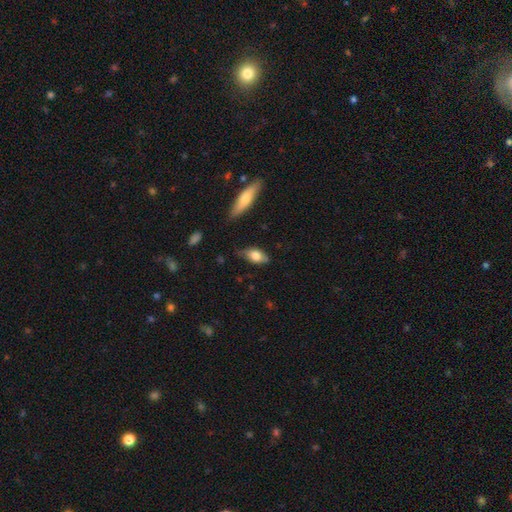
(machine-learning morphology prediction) Smooth or featured?
  - smooth: 71% *
  - featured or disk: 22%
  - star or artifact: 7%
How rounded?
  - in between: 85% *
  - cigar-shaped: 9%
  - round: 6%
Merging?
  - none: 63% *
  - minor disturbance: 28%
  - major disturbance: 6%
  - merger: 3%